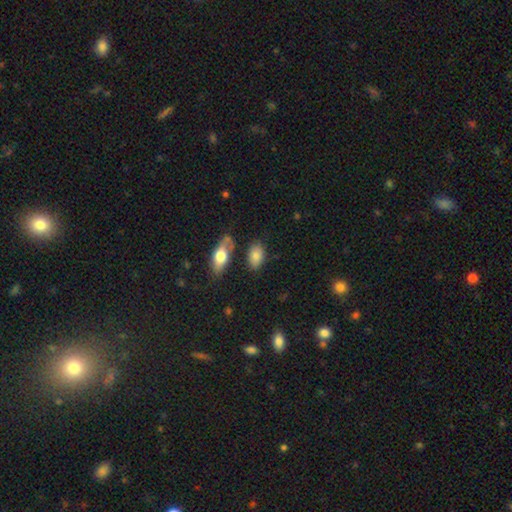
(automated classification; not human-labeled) This is clearly a smooth galaxy (81%). How rounded: clearly in between (88%). Merging: likely none (70%).